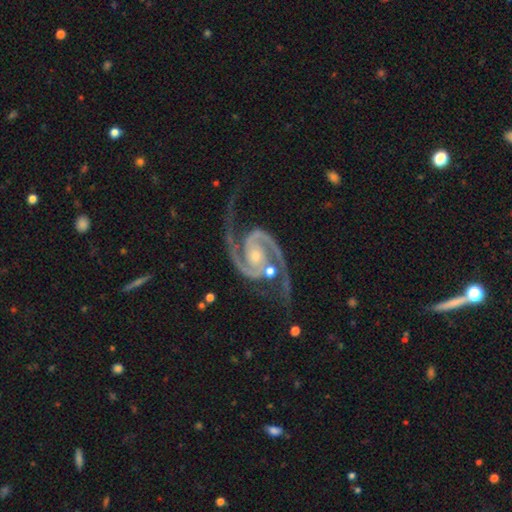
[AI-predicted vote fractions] The model was most divided on "bulge size": small: 57%, moderate: 37%, none: 3%, large: 2%, dominant: 1%. More confident: spiral arms — yes (99%); edge-on disk — no (98%); smooth or featured — featured or disk (94%); spiral arm count — 2 (94%); merging — none (66%); bar — no (63%); spiral winding — medium (57%).